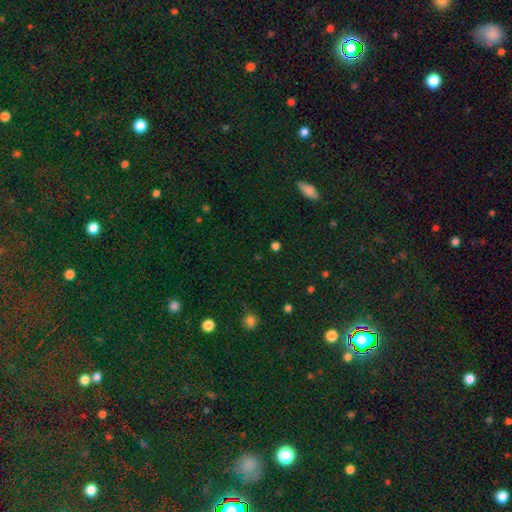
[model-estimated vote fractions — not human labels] star or artifact 67%, smooth 25%, featured or disk 9%.